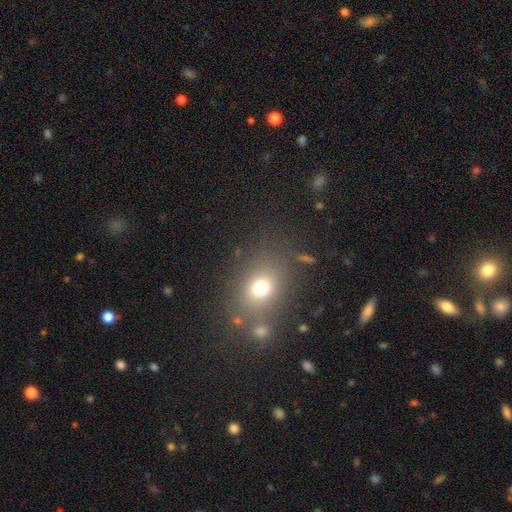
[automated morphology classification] Smooth or featured? Predicted: smooth (p=0.61). How rounded? Predicted: round (p=0.56). Merging? Predicted: none (p=0.77).